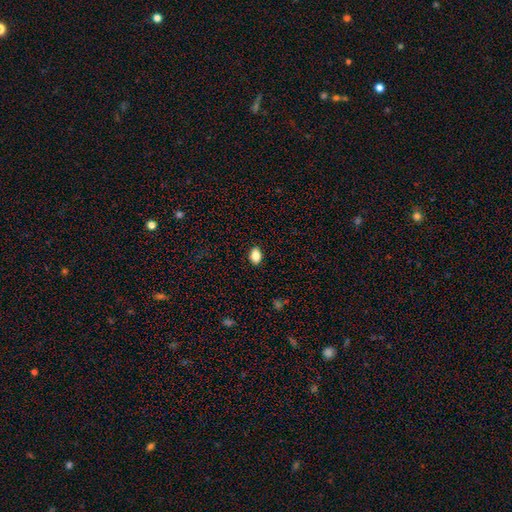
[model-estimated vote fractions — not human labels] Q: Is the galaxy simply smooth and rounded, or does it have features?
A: smooth — 86%.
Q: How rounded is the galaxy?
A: in between — 84%.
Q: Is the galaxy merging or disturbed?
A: none — 89%.